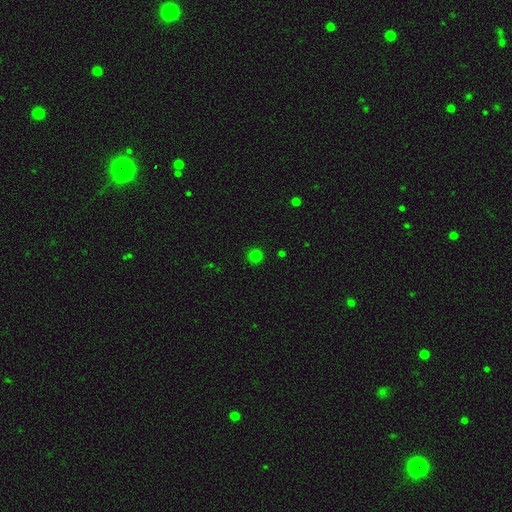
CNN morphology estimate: smooth_or_featured: smooth (p=0.79) [alt: star or artifact p=0.17]
how_rounded: round (p=0.94) [alt: in between p=0.05]
merging: none (p=0.90) [alt: minor disturbance p=0.06]